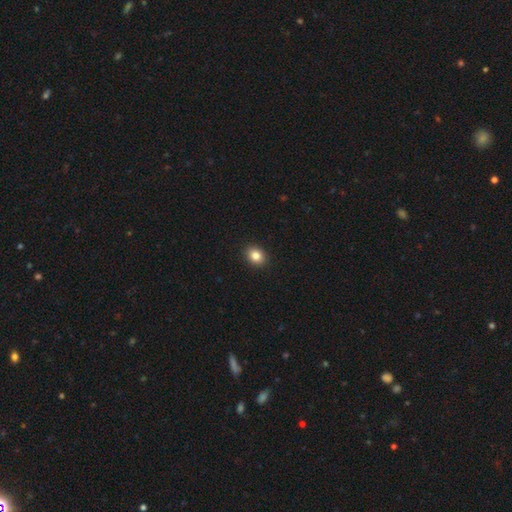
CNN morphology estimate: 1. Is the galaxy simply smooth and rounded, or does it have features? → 84% smooth, 10% star or artifact, 6% featured or disk.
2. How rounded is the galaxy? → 53% round, 47% in between, 1% cigar-shaped.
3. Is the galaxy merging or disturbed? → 91% none, 6% minor disturbance, 2% major disturbance, 1% merger.